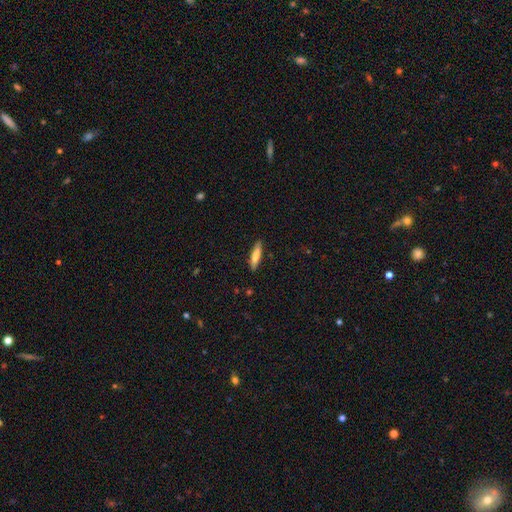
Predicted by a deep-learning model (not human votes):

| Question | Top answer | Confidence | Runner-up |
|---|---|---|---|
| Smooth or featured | smooth | 76% | featured or disk (18%) |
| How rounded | cigar-shaped | 82% | in between (17%) |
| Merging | none | 88% | minor disturbance (9%) |